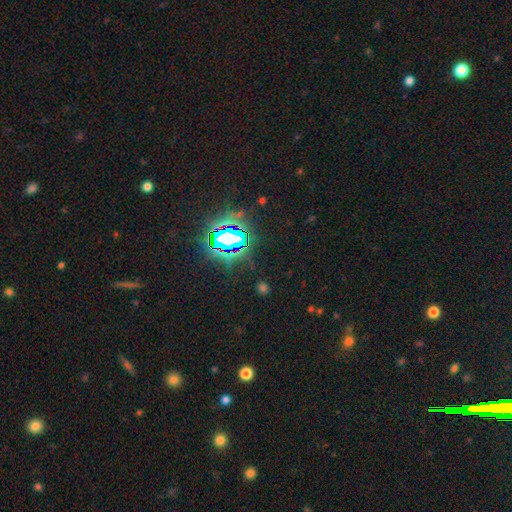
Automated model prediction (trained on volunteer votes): Overall: star or artifact (81%).